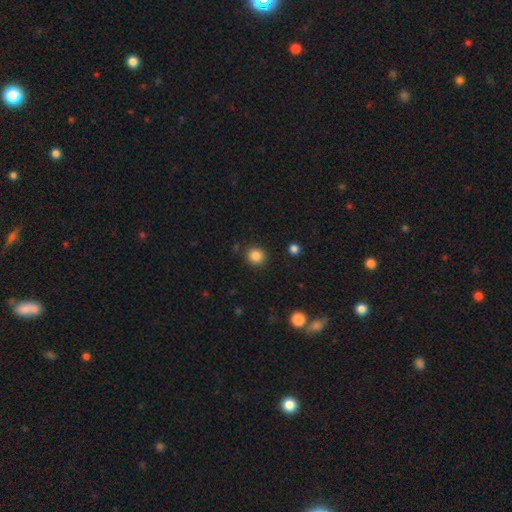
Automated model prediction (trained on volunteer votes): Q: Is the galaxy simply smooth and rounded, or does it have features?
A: smooth — 86%.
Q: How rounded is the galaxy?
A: round — 87%.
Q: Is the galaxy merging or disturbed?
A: none — 89%.